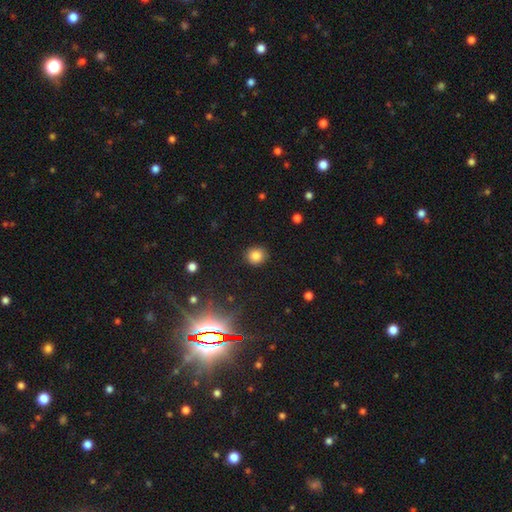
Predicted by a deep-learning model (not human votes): A smooth galaxy with no disk features (84%) that is round (88%).

Vote fractions:
- Smooth or featured? smooth: 84% / star or artifact: 12% / featured or disk: 5%
- How rounded? round: 88% / in between: 11% / cigar-shaped: 1%
- Merging? none: 89% / minor disturbance: 8% / major disturbance: 2% / merger: 1%